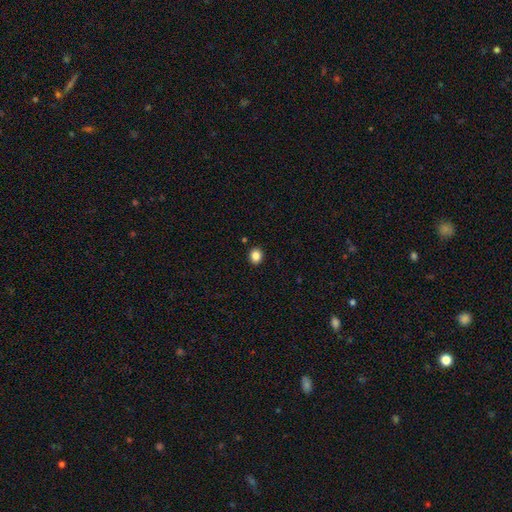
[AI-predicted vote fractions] A smooth galaxy with no disk features (85%) that is round (71%). Merging: none (91%).